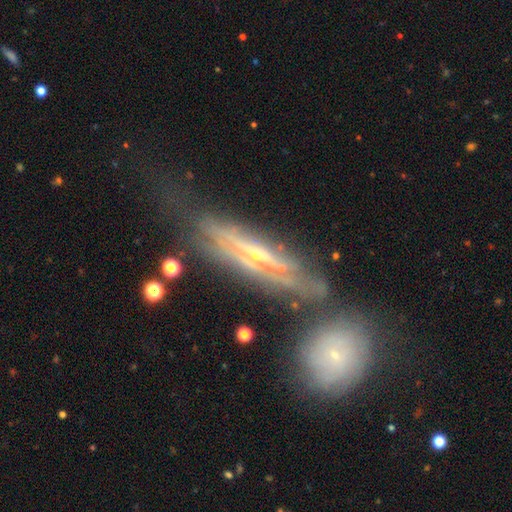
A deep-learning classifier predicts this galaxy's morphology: A featured or disk galaxy (75%) viewed edge-on (65%). Merging: none (51%).